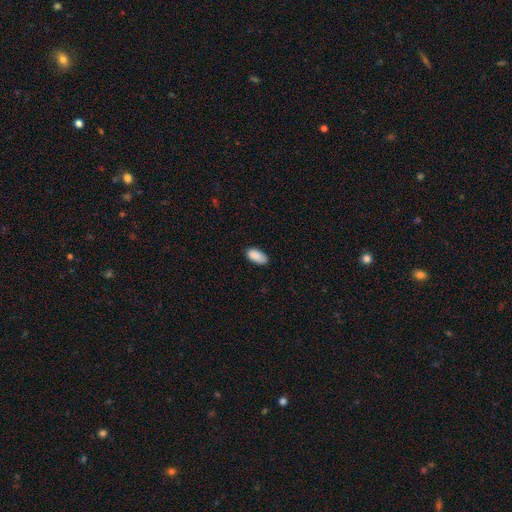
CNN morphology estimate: Smooth or featured: smooth — 89% (star or artifact — 7%)
How rounded: in between — 94% (cigar-shaped — 4%)
Merging: none — 78% (minor disturbance — 18%)